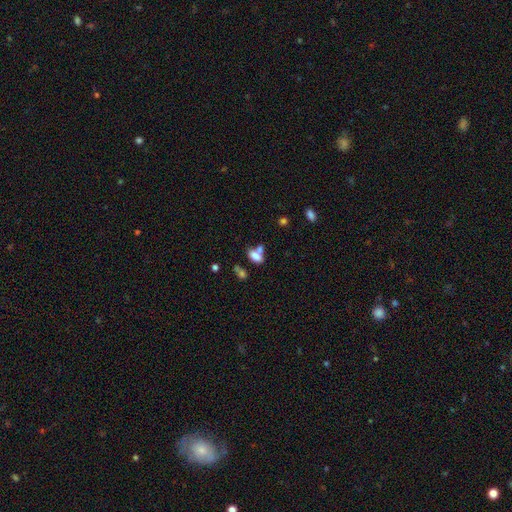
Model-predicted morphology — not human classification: smooth_or_featured: smooth (p=0.77) [alt: featured or disk p=0.14]
how_rounded: in between (p=0.88) [alt: round p=0.08]
merging: merger (p=0.43) [alt: none p=0.39]